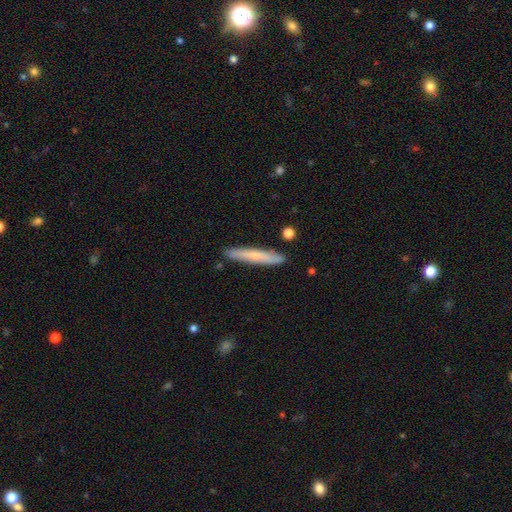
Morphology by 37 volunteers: Smooth or featured: smooth — 51% (featured or disk — 46%)
How rounded: cigar-shaped — 79% (in between — 16%)
Merging: none — 81% (minor disturbance — 17%)